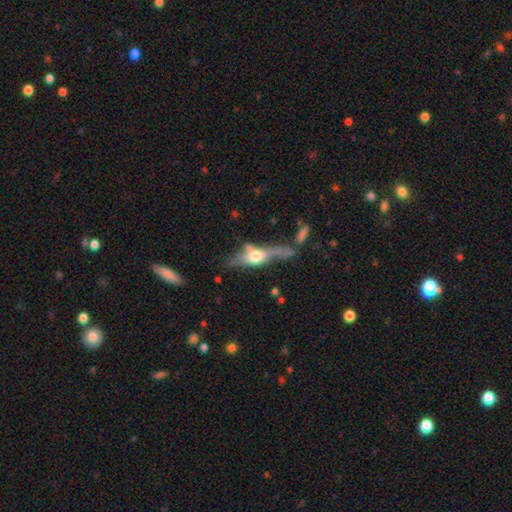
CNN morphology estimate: The model was most divided on "merging": none: 43%, minor disturbance: 22%, merger: 18%, major disturbance: 17%. More confident: edge-on disk — yes (79%); smooth or featured — featured or disk (57%).